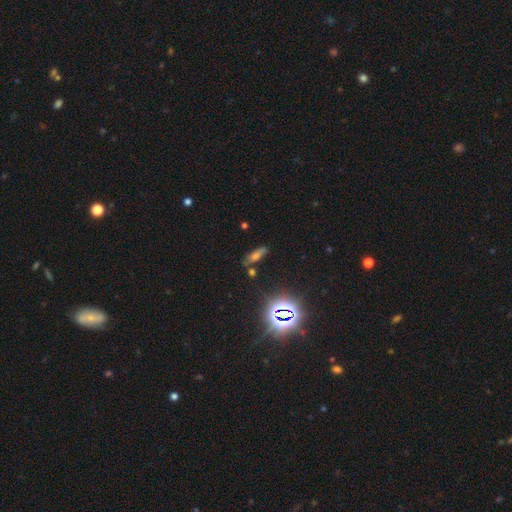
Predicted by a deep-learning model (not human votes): Smooth or featured? Predicted: smooth (p=0.42). Merging? Predicted: none (p=0.74).